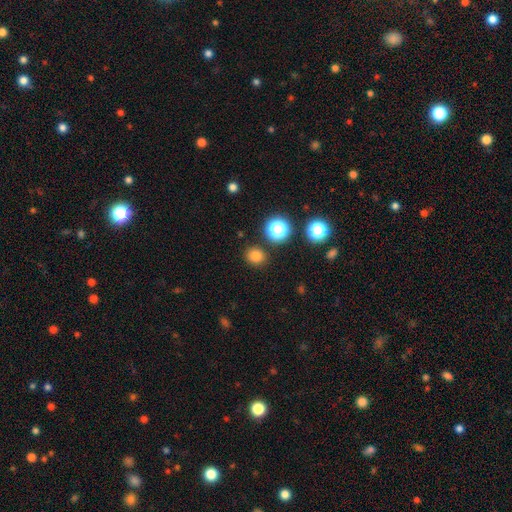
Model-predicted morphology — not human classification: smooth 77%, star or artifact 18%, featured or disk 5%. Down the decision tree: how rounded — round (80%); merging — none (87%).